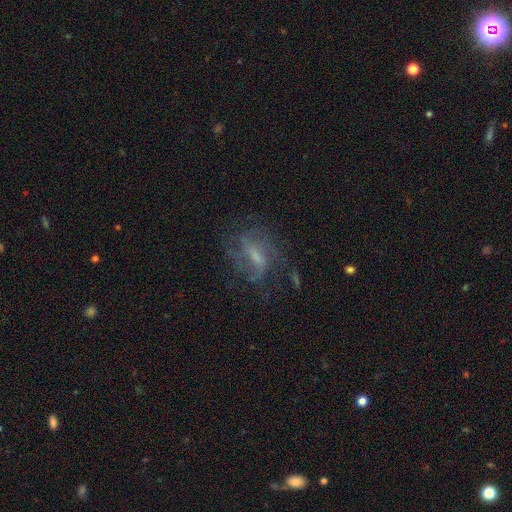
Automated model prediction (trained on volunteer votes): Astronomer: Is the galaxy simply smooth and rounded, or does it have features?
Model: featured or disk — 73%.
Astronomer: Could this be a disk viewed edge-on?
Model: no — 95%.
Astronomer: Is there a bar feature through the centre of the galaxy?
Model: weak — 52% (runner-up: no, 29%).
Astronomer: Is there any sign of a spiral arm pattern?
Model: yes — 86%.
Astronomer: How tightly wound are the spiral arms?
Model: medium — 46% (runner-up: loose, 27%).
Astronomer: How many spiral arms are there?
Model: can't tell — 34% (runner-up: 2, 27%).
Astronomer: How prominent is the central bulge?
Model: small — 47% (runner-up: moderate, 32%).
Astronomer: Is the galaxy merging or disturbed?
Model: none — 60%.